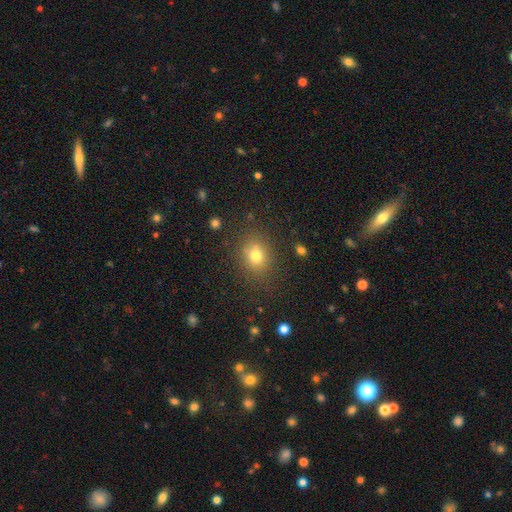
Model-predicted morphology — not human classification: Overall: smooth (74%). How rounded: round (60%; in between 38%). Merging: none (82%).